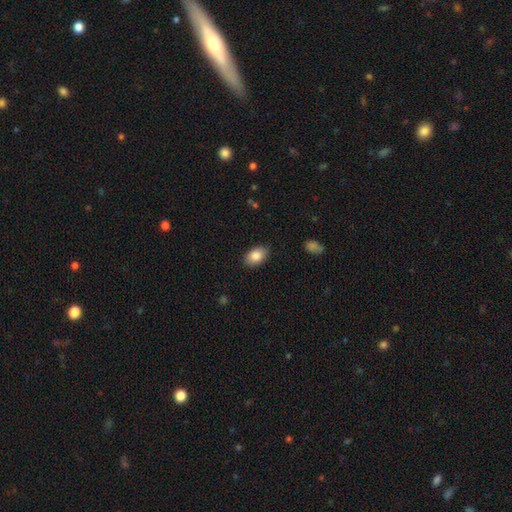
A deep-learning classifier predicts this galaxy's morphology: Smooth or featured: smooth — 86% (star or artifact — 7%)
How rounded: in between — 88% (round — 10%)
Merging: none — 84% (minor disturbance — 12%)